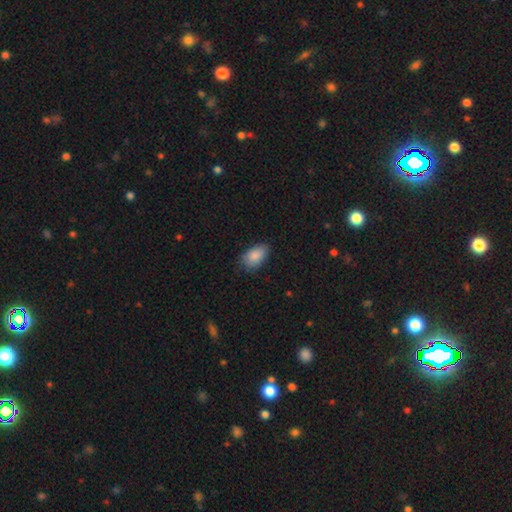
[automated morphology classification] This appears to be a smooth galaxy with no disk features (87%) that is in between round and cigar-shaped (92%). Merging: none (72%).